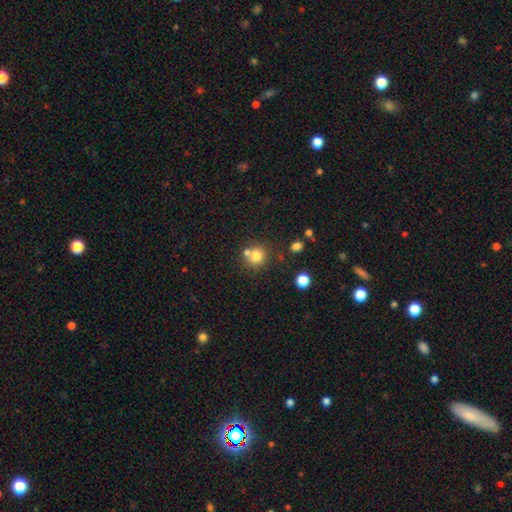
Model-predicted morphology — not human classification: This appears to be a smooth galaxy with no disk features (78%) that is round (86%). Merging: none (62%).